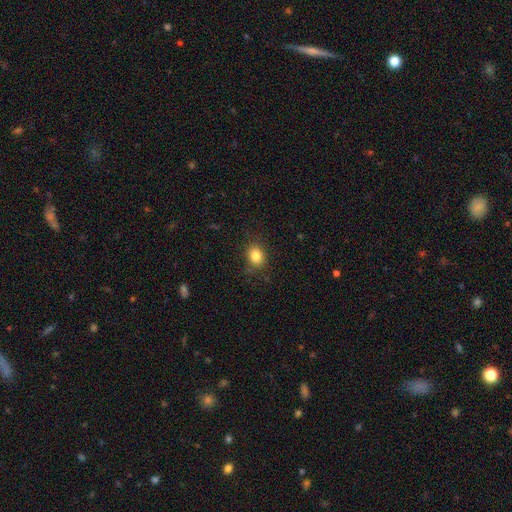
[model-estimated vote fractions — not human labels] Smooth or featured? Predicted: smooth (p=0.84). How rounded? Predicted: round (p=0.53). Merging? Predicted: none (p=0.83).